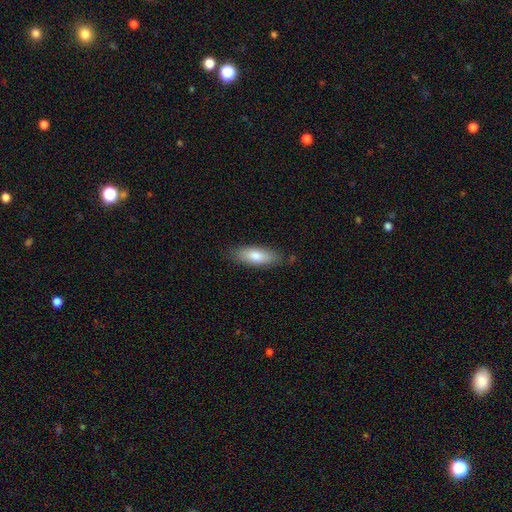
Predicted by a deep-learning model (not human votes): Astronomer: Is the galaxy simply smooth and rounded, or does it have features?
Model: smooth — 77%.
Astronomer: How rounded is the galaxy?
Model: in between — 61% (runner-up: cigar-shaped, 37%).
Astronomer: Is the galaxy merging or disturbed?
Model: none — 82%.